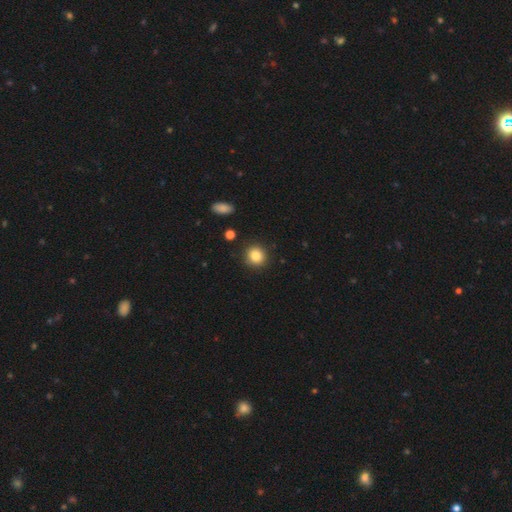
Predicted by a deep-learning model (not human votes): smooth-or-featured: smooth: 84% | star or artifact: 10% | featured or disk: 6%
  how-rounded: round: 87% | in between: 12% | cigar-shaped: 1%
  merging: none: 89% | minor disturbance: 7% | major disturbance: 2% | merger: 2%